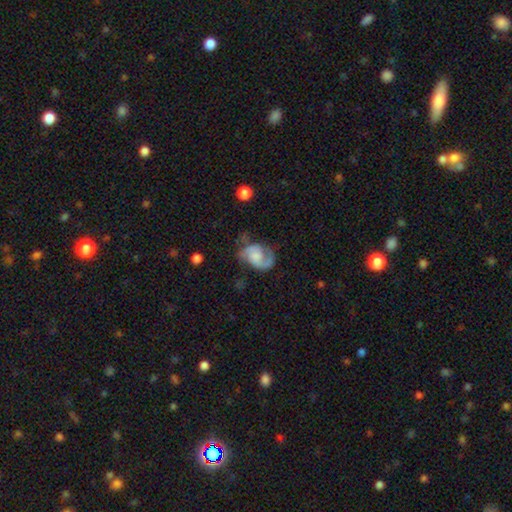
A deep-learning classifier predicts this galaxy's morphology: Smooth or featured?
  - featured or disk: 77% *
  - smooth: 17%
  - star or artifact: 7%
Edge-on disk?
  - no: 98% *
  - yes: 2%
Bar?
  - no: 60% *
  - weak: 33%
  - strong: 6%
Spiral arms?
  - yes: 94% *
  - no: 6%
Spiral winding?
  - medium: 50% *
  - loose: 30%
  - tight: 21%
Spiral arm count?
  - 2: 79% *
  - 1: 13%
  - can't tell: 5%
  - 3: 1%
  - 4: 1%
  - more than 4: 1%
Bulge size?
  - none: 36% *
  - moderate: 22%
  - small: 22%
  - large: 17%
  - dominant: 3%
Merging?
  - none: 54% *
  - minor disturbance: 24%
  - major disturbance: 19%
  - merger: 3%